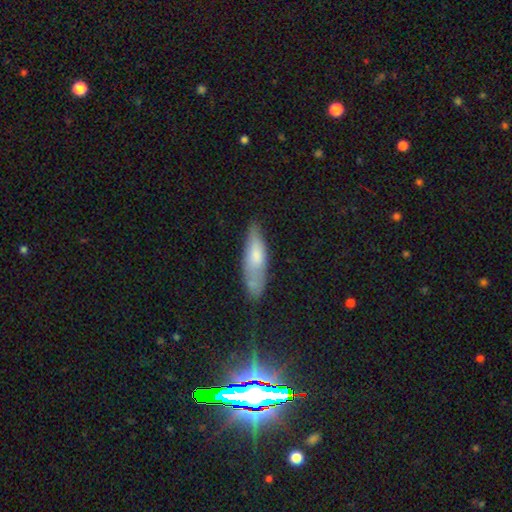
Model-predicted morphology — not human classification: A smooth galaxy with no disk features (66%) that is cigar-shaped (54%). Merging: none (59%).